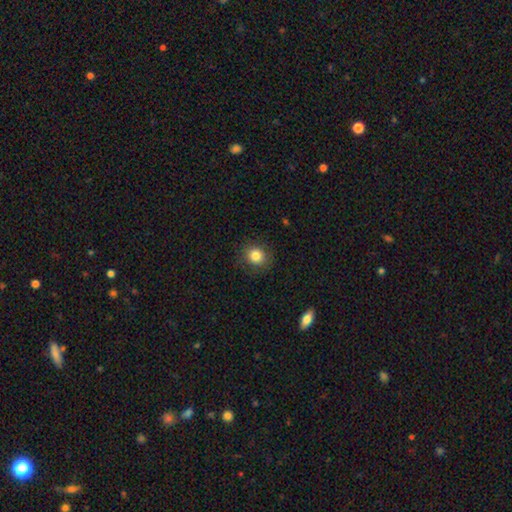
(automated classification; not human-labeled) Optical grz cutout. It shows a smooth galaxy with no disk features (83%) that is round (76%). Merging: none (86%).